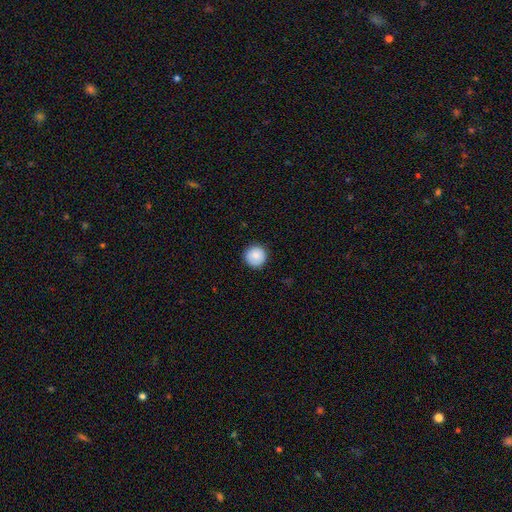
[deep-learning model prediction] Overall: smooth (84%). How rounded: round (96%). Merging: none (90%).